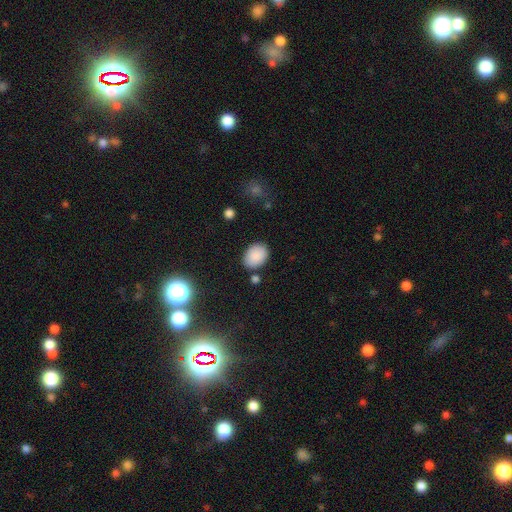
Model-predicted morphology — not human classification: smooth-or-featured: smooth: 87% | star or artifact: 8% | featured or disk: 5%
  how-rounded: in between: 77% | round: 22% | cigar-shaped: 1%
  merging: none: 80% | minor disturbance: 13% | merger: 4% | major disturbance: 3%